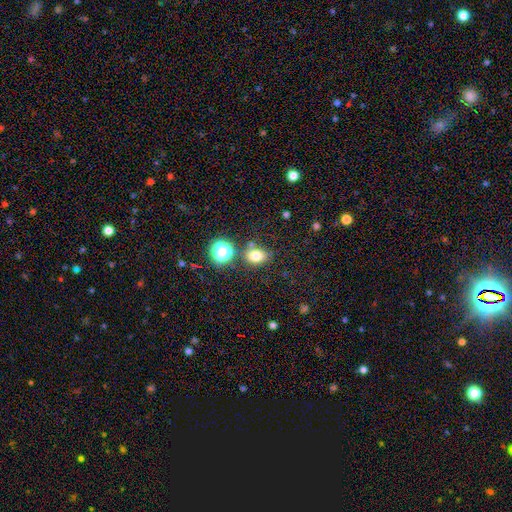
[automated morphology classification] Overall: smooth (75%). How rounded: in between (53%; round 46%). Merging: none (71%).